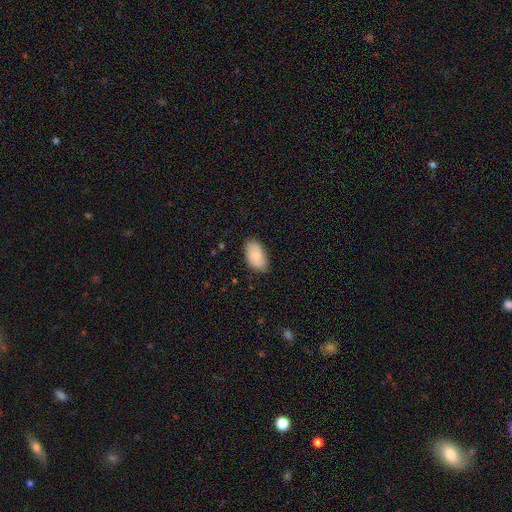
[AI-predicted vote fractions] Smooth or featured? Predicted: smooth (p=0.75). How rounded? Predicted: in between (p=0.94). Merging? Predicted: none (p=0.78).